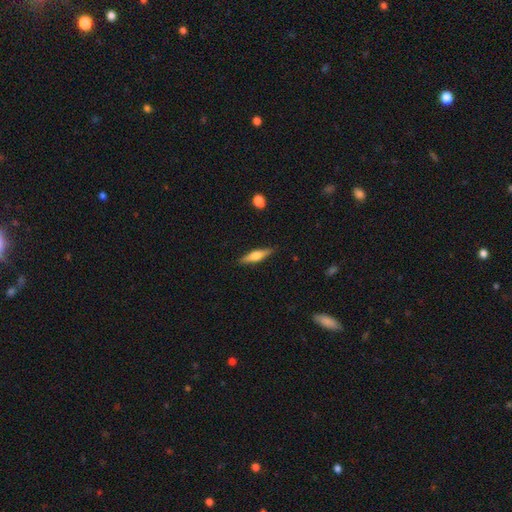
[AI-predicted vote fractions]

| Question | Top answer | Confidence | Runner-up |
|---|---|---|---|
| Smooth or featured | smooth | 49% | featured or disk (45%) |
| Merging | none | 88% | minor disturbance (9%) |